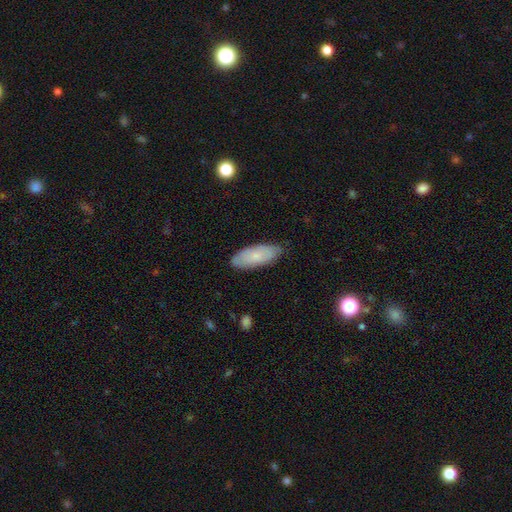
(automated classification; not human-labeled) A smooth galaxy with no disk features (72%) that is in between round and cigar-shaped (79%). Merging: none (80%).